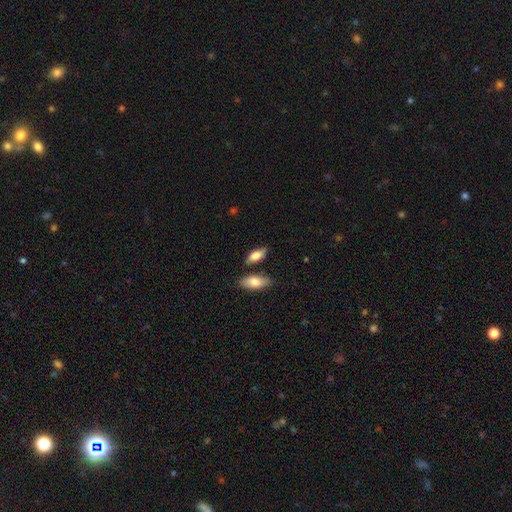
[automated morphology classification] This appears to be a smooth galaxy with no disk features (80%) that is in between round and cigar-shaped (84%). Merging: none (67%).